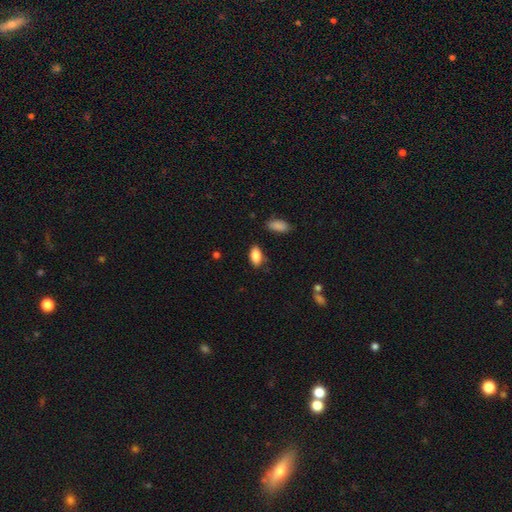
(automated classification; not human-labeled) Smooth or featured? smooth (87%)
How rounded? in between (92%)
Merging? none (79%)